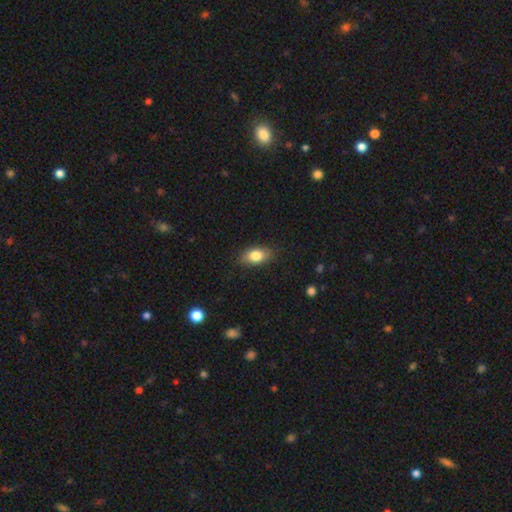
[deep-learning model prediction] Smooth or featured: smooth — 80% (featured or disk — 12%)
How rounded: in between — 86% (round — 10%)
Merging: none — 84% (minor disturbance — 12%)